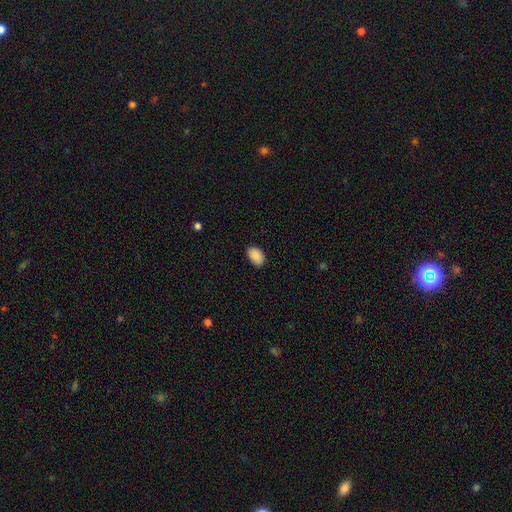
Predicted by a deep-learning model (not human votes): smooth_or_featured: smooth (p=0.89) [alt: star or artifact p=0.07]
how_rounded: in between (p=0.89) [alt: round p=0.10]
merging: none (p=0.87) [alt: minor disturbance p=0.10]